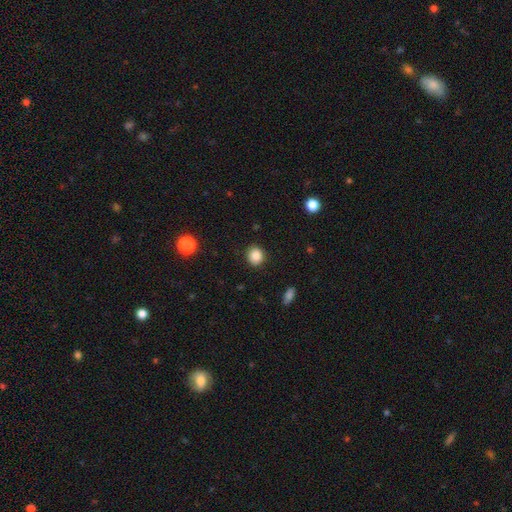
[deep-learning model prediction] Q: Smooth or featured?
A: smooth (87%); runner-up: star or artifact (10%)
Q: How rounded?
A: round (77%); runner-up: in between (22%)
Q: Merging?
A: none (87%); runner-up: minor disturbance (9%)